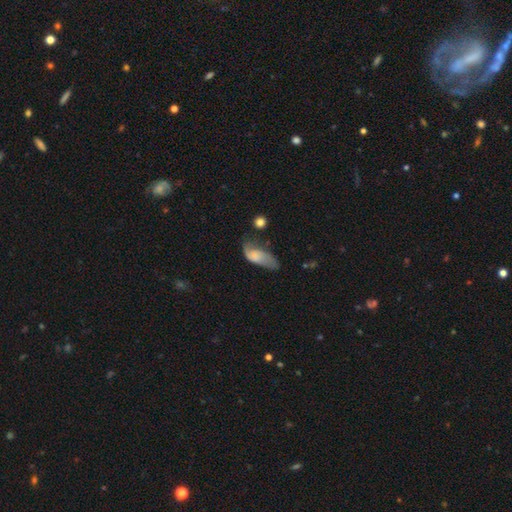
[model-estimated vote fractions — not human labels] Smooth or featured? smooth (62%)
How rounded? in between (83%)
Merging? minor disturbance (36%)